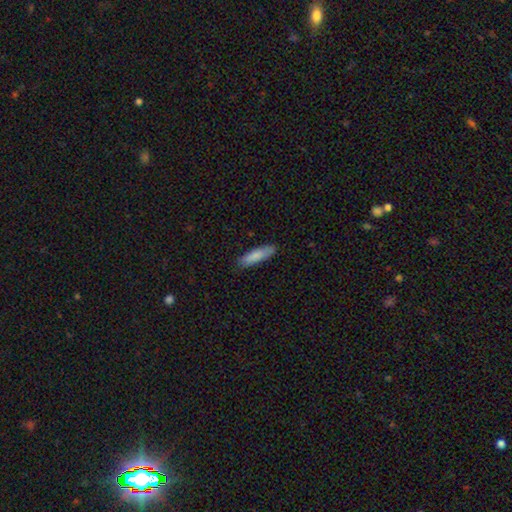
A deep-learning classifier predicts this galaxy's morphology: Smooth or featured?
  - smooth: 83% *
  - featured or disk: 11%
  - star or artifact: 6%
How rounded?
  - cigar-shaped: 71% *
  - in between: 28%
  - round: 1%
Merging?
  - none: 86% *
  - minor disturbance: 11%
  - major disturbance: 2%
  - merger: 1%